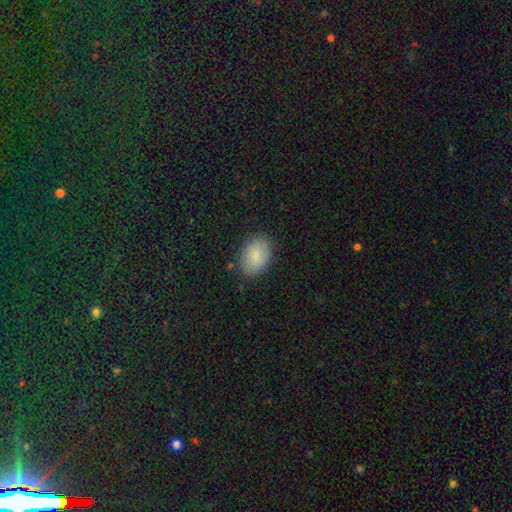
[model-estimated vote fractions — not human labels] The model was most divided on "merging": none: 84%, minor disturbance: 12%, major disturbance: 3%, merger: 1%. More confident: how rounded — in between (85%); smooth or featured — smooth (85%).